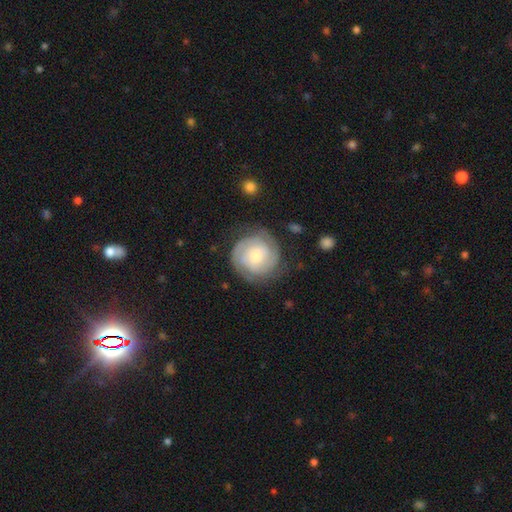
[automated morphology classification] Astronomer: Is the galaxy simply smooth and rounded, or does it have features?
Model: featured or disk — 75%.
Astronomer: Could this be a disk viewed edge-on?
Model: no — 98%.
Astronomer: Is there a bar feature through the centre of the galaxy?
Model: no — 66%.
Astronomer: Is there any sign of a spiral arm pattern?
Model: yes — 95%.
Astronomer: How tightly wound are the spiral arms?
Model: tight — 70%.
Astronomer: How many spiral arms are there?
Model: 2 — 52%.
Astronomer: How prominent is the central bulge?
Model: small — 42% (runner-up: moderate, 41%).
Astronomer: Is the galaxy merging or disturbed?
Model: none — 76%.